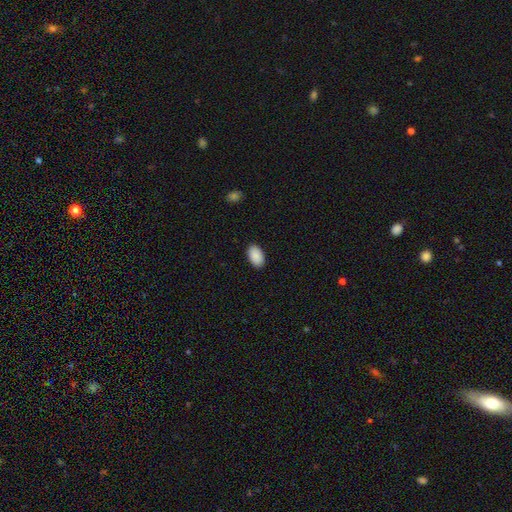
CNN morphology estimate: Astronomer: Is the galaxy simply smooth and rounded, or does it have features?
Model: smooth — 91%.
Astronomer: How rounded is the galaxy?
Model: in between — 94%.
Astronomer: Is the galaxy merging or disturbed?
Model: none — 90%.